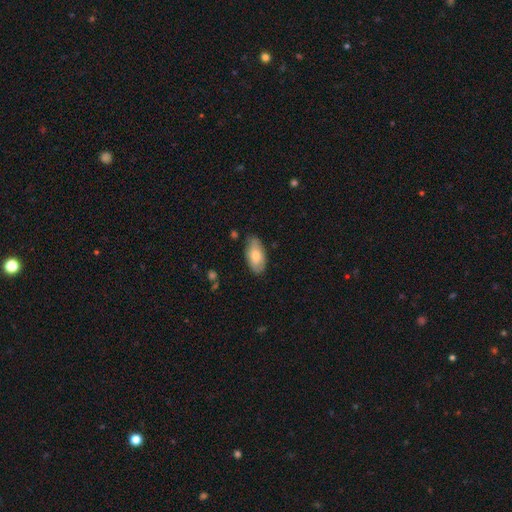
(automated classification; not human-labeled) The model was most divided on "smooth or featured": smooth: 72%, featured or disk: 22%, star or artifact: 6%. More confident: how rounded — in between (93%); merging — none (77%).